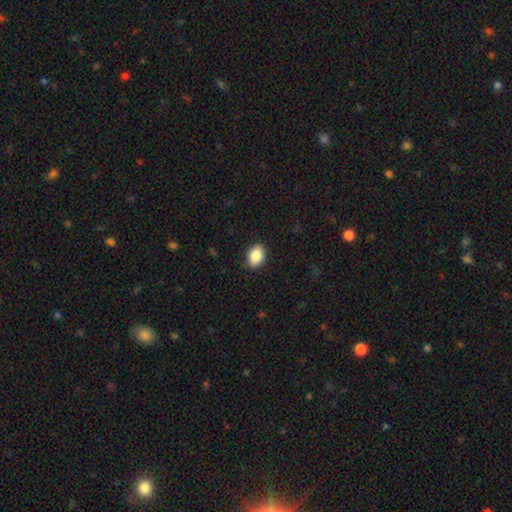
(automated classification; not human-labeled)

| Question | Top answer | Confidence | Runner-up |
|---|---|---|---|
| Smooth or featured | smooth | 88% | star or artifact (7%) |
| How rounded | in between | 80% | round (19%) |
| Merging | none | 87% | minor disturbance (10%) |